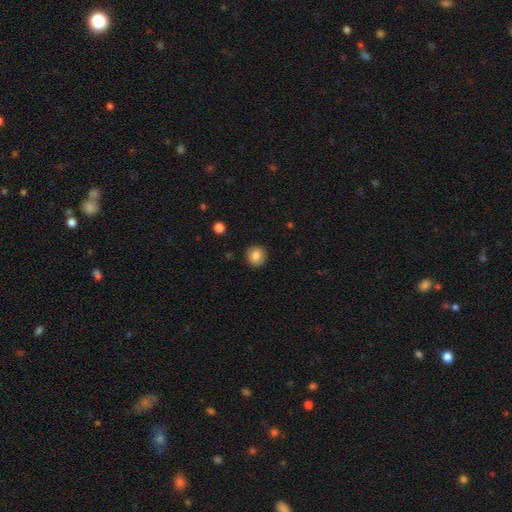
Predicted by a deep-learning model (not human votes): A smooth galaxy with no disk features (84%) that is round (88%). Merging: none (90%).